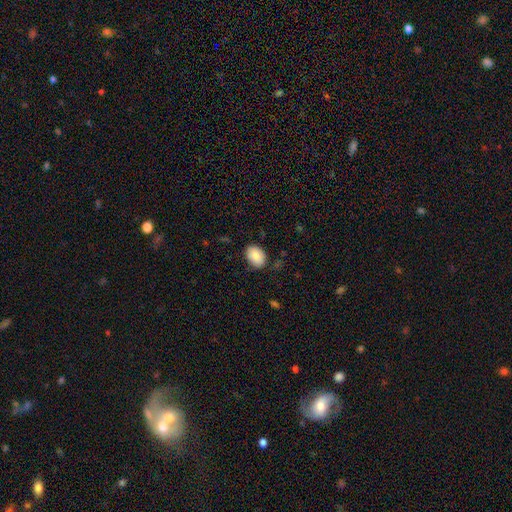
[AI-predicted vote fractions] Morphology: type=smooth (88%); roundness=in between (76%); merging=none (81%).